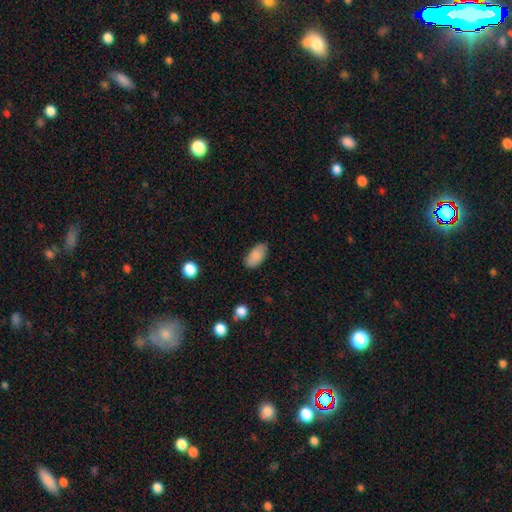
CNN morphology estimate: smooth_or_featured: smooth (p=0.86) [alt: star or artifact p=0.07]
how_rounded: in between (p=0.94) [alt: cigar-shaped p=0.03]
merging: none (p=0.80) [alt: minor disturbance p=0.16]